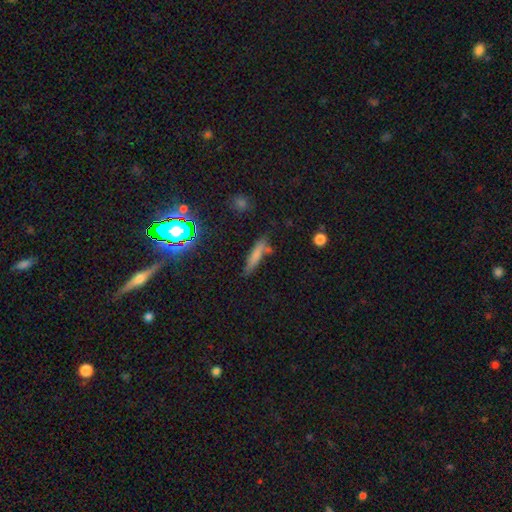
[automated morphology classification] Smooth or featured? Predicted: smooth (p=0.69). How rounded? Predicted: cigar-shaped (p=0.81). Merging? Predicted: none (p=0.69).